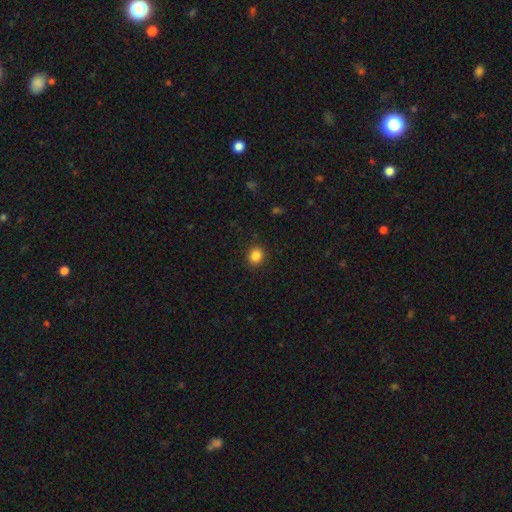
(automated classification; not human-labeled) The model was most divided on "how rounded": round: 75%, in between: 24%, cigar-shaped: 1%. More confident: merging — none (90%); smooth or featured — smooth (85%).